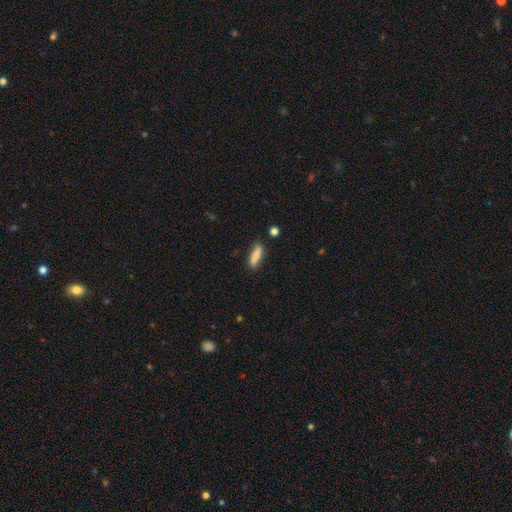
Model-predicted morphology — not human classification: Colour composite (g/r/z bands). It shows a smooth galaxy with no disk features (82%) that is cigar-shaped (58%). Merging: none (78%).